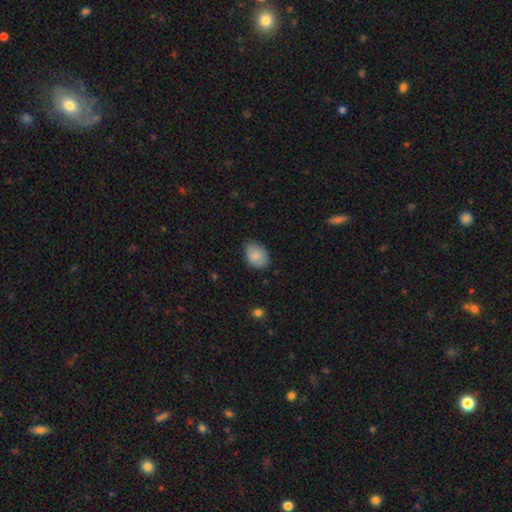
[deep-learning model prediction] This is clearly a smooth galaxy (85%). How rounded: likely in between (73%). Merging: likely none (73%).